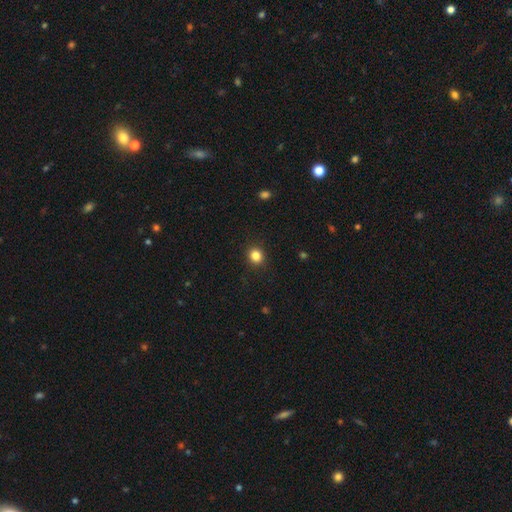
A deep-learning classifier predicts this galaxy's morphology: A smooth galaxy with no disk features (84%) that is round (82%). Merging: none (90%).